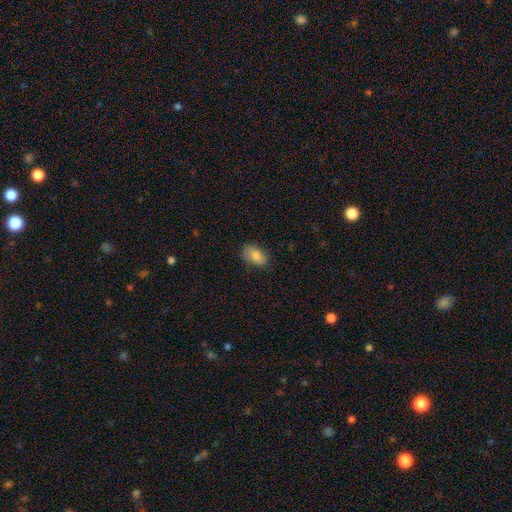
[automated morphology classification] Smooth or featured? Predicted: smooth (p=0.82). How rounded? Predicted: in between (p=0.90). Merging? Predicted: none (p=0.77).